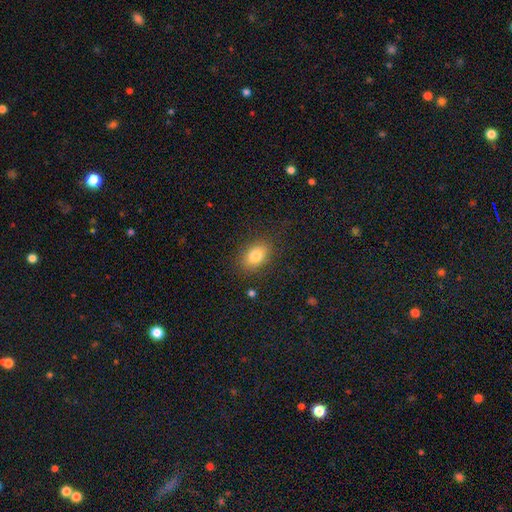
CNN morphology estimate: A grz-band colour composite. It shows a smooth galaxy with no disk features (81%) that is in between round and cigar-shaped (80%). Merging: none (84%).